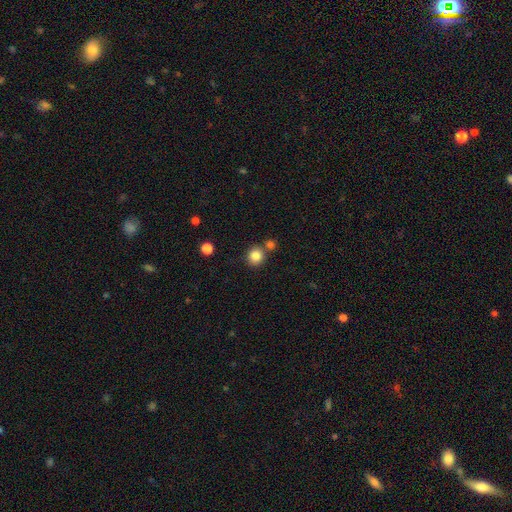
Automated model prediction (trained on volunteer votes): Overall: smooth (84%). How rounded: round (89%). Merging: none (71%).